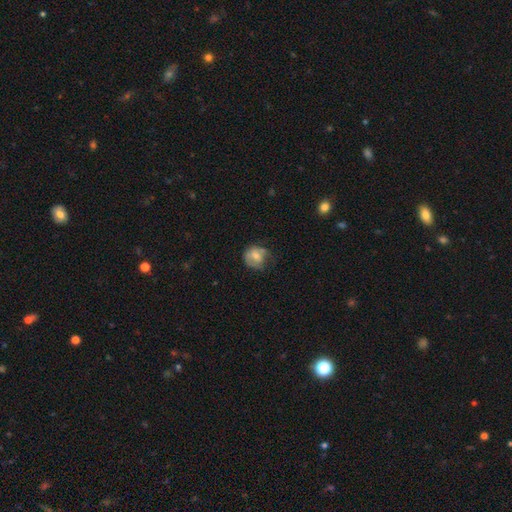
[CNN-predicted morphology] The model was most divided on "merging": none: 47%, minor disturbance: 31%, major disturbance: 20%, merger: 2%. More confident: how rounded — round (71%); smooth or featured — smooth (61%).